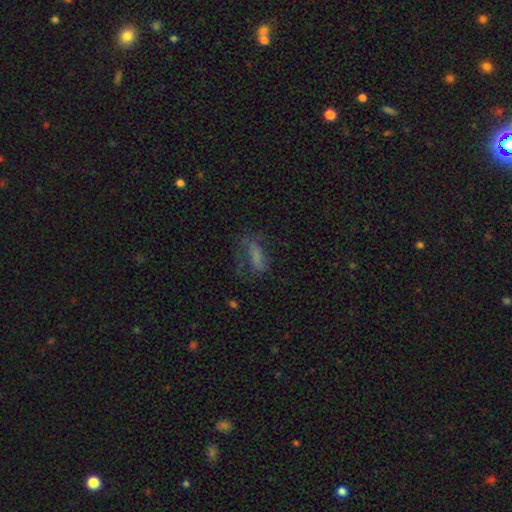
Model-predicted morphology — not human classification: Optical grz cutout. It shows a smooth galaxy with no disk features (52%) that is in between round and cigar-shaped (60%). Merging: none (39%).